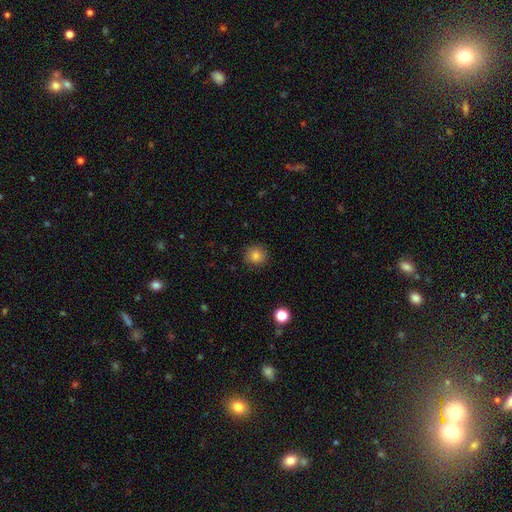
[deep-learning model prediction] smooth_or_featured: smooth (p=0.81) [alt: star or artifact p=0.11]
how_rounded: round (p=0.92) [alt: in between p=0.07]
merging: none (p=0.88) [alt: minor disturbance p=0.08]